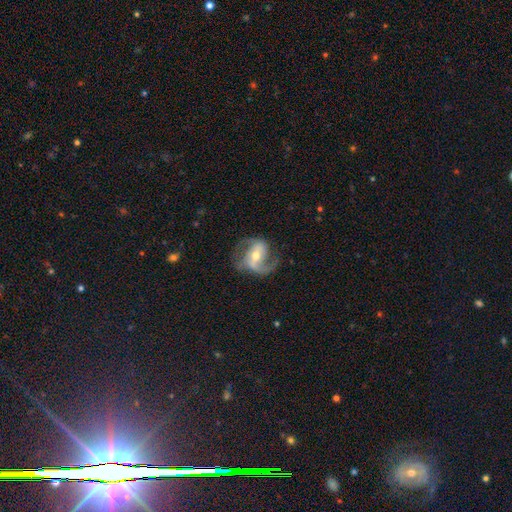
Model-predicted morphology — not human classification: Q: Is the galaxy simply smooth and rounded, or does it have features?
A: featured or disk — 85%.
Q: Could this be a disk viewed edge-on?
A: no — 97%.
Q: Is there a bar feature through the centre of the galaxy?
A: strong — 39%.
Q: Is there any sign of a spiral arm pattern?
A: yes — 95%.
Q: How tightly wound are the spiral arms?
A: medium — 46%.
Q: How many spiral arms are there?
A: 2 — 82%.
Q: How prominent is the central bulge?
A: moderate — 53%.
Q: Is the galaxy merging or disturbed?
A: none — 69%.